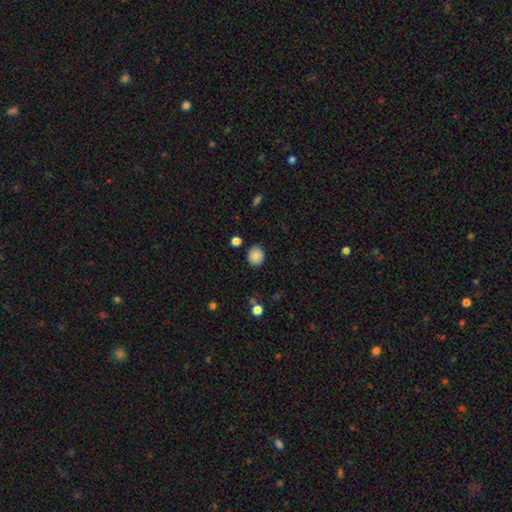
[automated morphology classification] type=smooth (87%); roundness=round (79%); merging=none (86%).